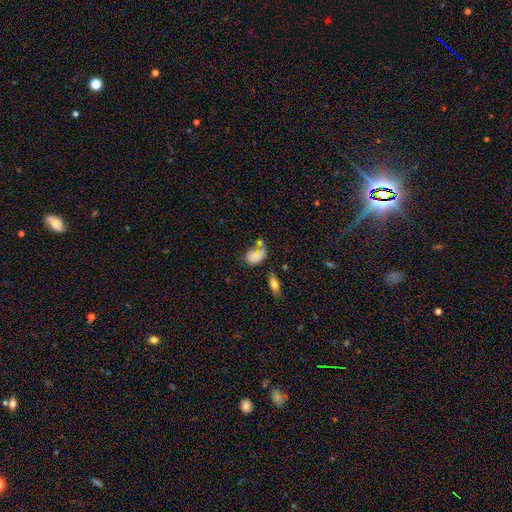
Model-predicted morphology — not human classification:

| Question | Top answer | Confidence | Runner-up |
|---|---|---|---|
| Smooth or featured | smooth | 75% | featured or disk (15%) |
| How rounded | in between | 80% | round (19%) |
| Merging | none | 37% | merger (25%) |